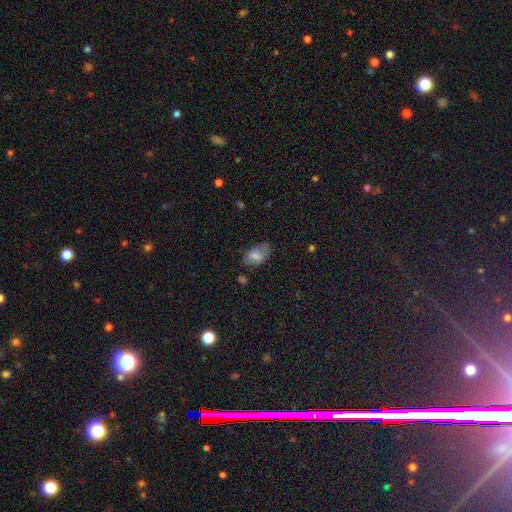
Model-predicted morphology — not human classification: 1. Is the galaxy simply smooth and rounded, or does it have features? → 66% smooth, 24% featured or disk, 10% star or artifact.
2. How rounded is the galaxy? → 91% in between, 7% round, 3% cigar-shaped.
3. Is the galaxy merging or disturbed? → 60% none, 26% minor disturbance, 11% major disturbance, 3% merger.